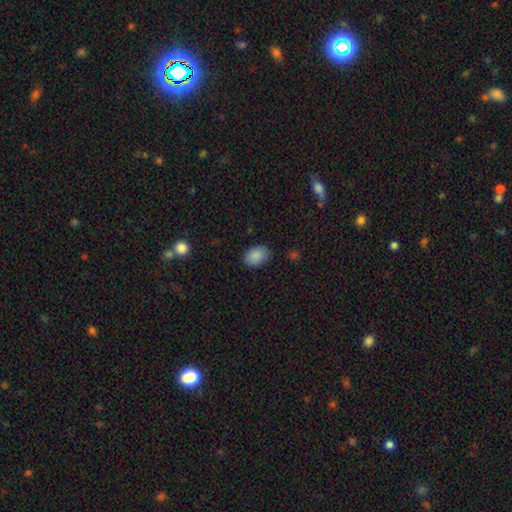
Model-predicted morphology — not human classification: Smooth or featured: smooth — 88% (star or artifact — 8%)
How rounded: in between — 78% (round — 21%)
Merging: none — 84% (minor disturbance — 12%)